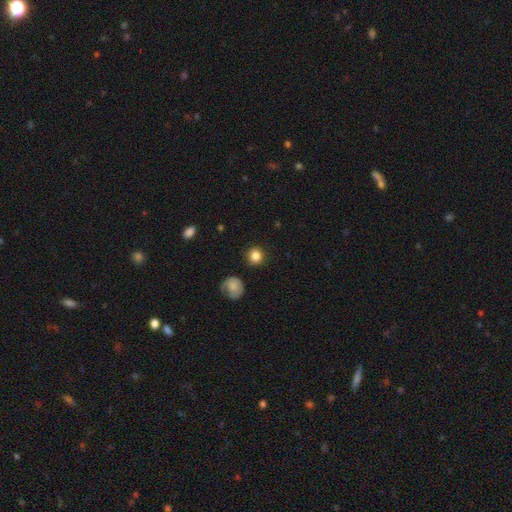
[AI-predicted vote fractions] smooth_or_featured: smooth (p=0.84) [alt: star or artifact p=0.10]
how_rounded: round (p=0.89) [alt: in between p=0.10]
merging: none (p=0.87) [alt: minor disturbance p=0.08]